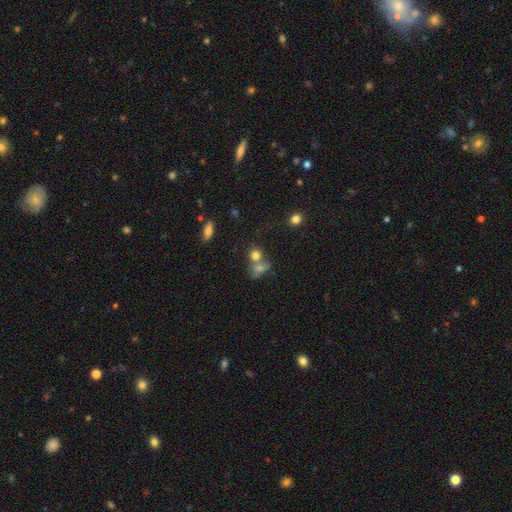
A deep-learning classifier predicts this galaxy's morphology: smooth-or-featured: smooth: 72% | star or artifact: 15% | featured or disk: 14%
  how-rounded: round: 72% | in between: 26% | cigar-shaped: 2%
  merging: merger: 43% | none: 40% | minor disturbance: 11% | major disturbance: 7%